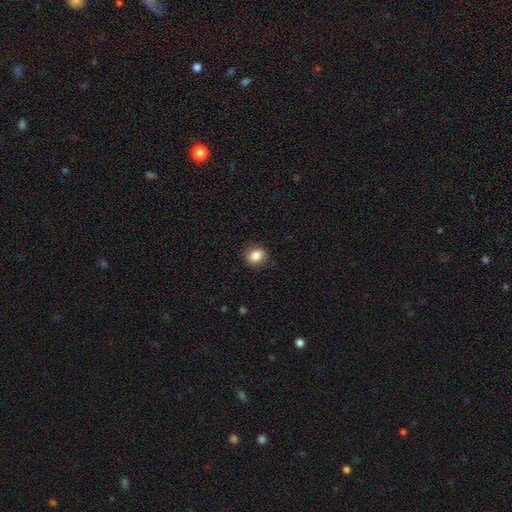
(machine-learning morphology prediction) type=smooth (84%); roundness=round (59%); merging=none (87%).